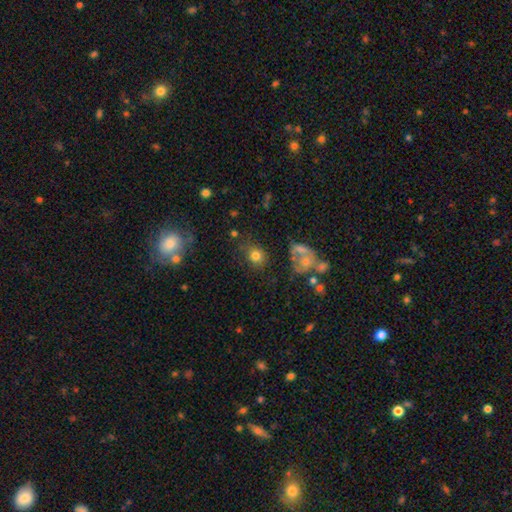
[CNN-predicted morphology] A smooth galaxy with no disk features (77%) that is round (72%). Merging: none (73%).